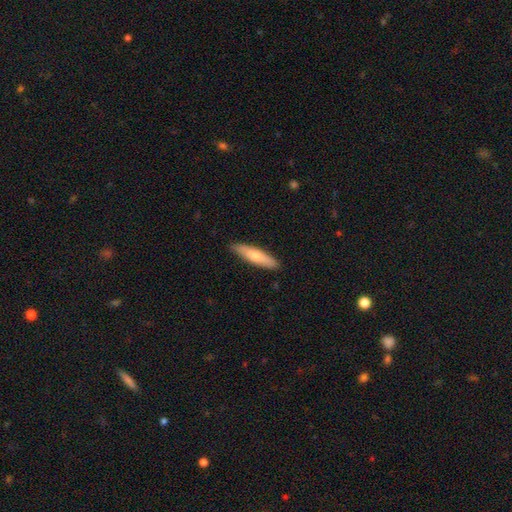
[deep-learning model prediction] Smooth or featured: smooth — 68% (featured or disk — 27%)
How rounded: cigar-shaped — 76% (in between — 22%)
Merging: none — 88% (minor disturbance — 9%)